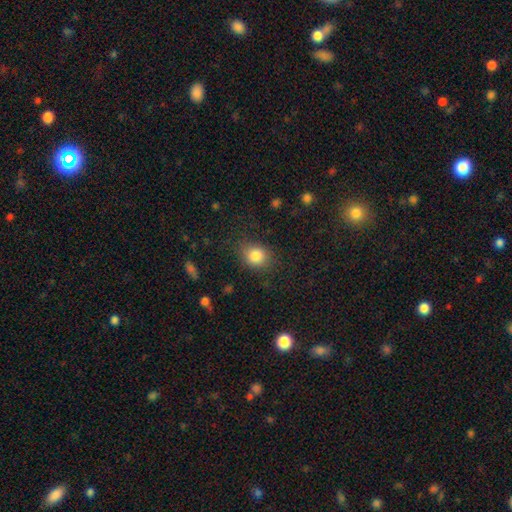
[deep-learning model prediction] The model was most divided on "how rounded": round: 55%, in between: 44%, cigar-shaped: 1%. More confident: smooth or featured — smooth (83%); merging — none (79%).